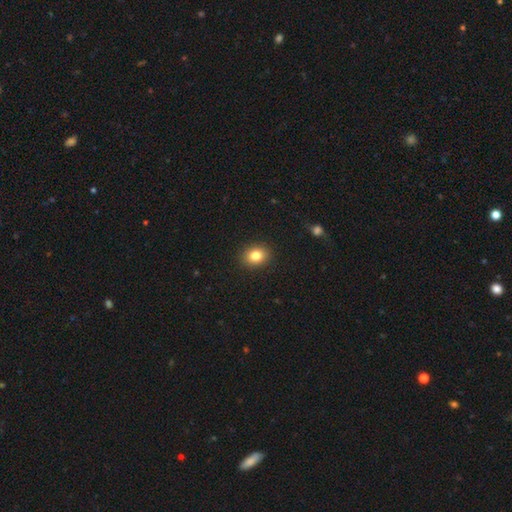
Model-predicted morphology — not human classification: type=smooth (82%); roundness=round (53%); merging=none (90%).